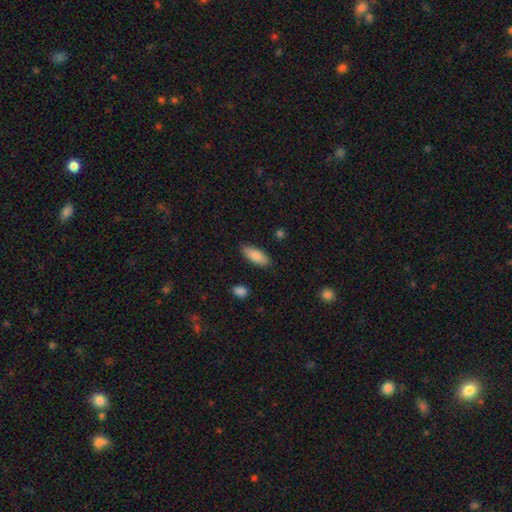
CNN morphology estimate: smooth 85%, featured or disk 9%, star or artifact 6%. Down the decision tree: how rounded — in between (80%); merging — none (86%).